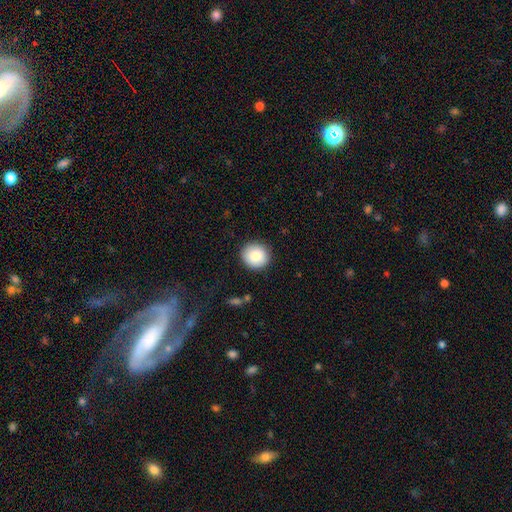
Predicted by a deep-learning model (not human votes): This appears to be a smooth galaxy with no disk features (86%) that is round (91%). Merging: none (90%).